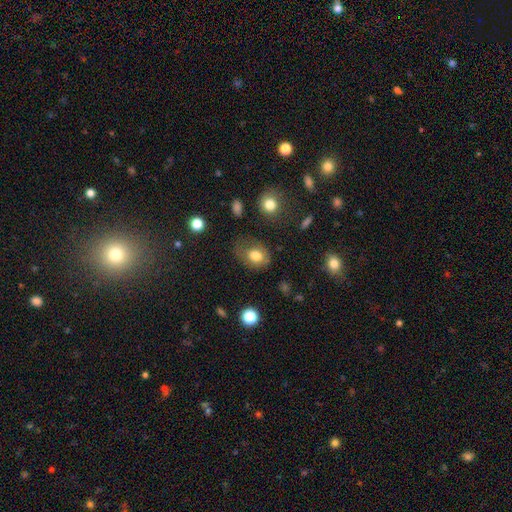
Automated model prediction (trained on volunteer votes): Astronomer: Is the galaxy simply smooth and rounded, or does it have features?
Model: smooth — 75%.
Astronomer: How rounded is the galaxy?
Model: in between — 59% (runner-up: round, 40%).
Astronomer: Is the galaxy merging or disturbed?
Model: none — 51% (runner-up: minor disturbance, 27%).